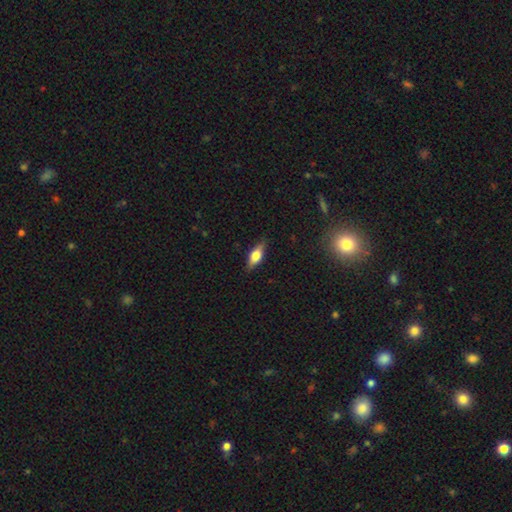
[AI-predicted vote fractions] Smooth or featured? smooth (59%)
How rounded? in between (71%)
Merging? none (84%)